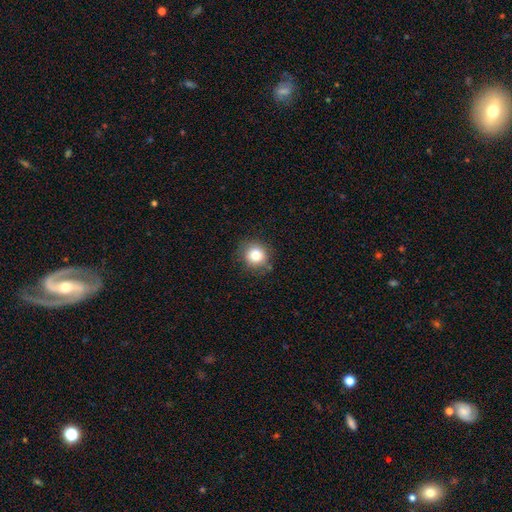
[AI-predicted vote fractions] Overall: smooth (79%). How rounded: round (87%). Merging: none (83%).